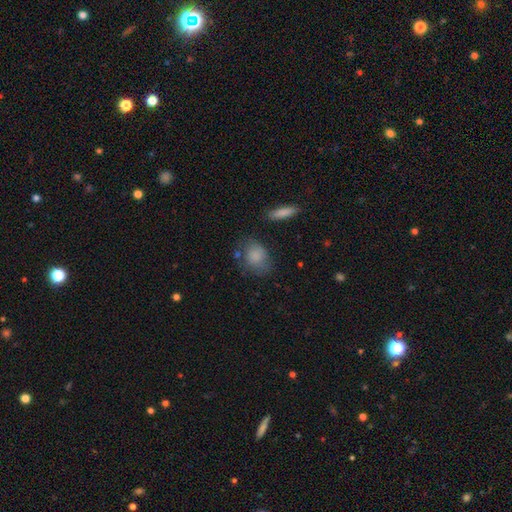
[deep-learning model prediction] A smooth galaxy with no disk features (80%) that is in between round and cigar-shaped (54%). Merging: none (61%).